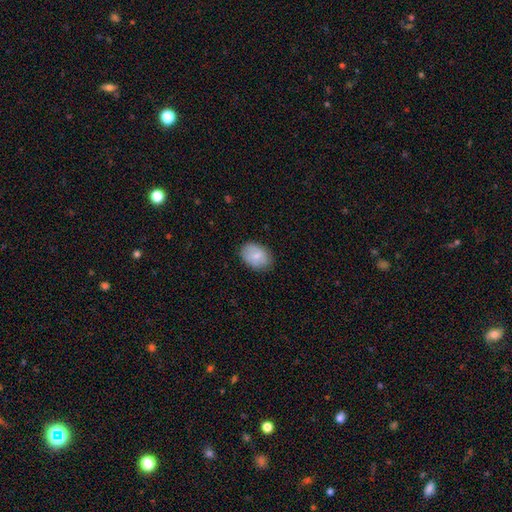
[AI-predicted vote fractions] This is likely a smooth galaxy (73%). How rounded: likely in between (79%). Merging: clearly none (82%).